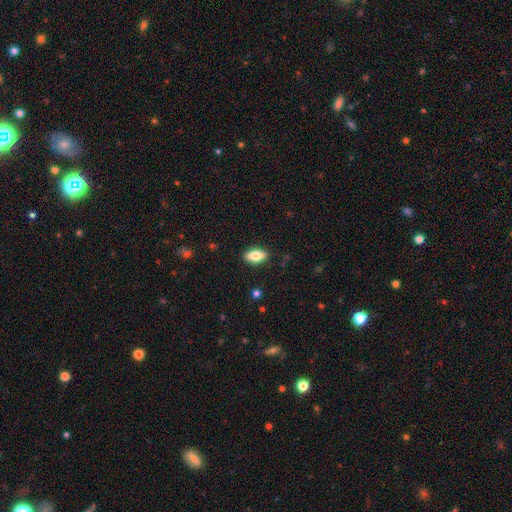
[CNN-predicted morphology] This is likely a smooth galaxy (75%). How rounded: clearly in between (85%). Merging: clearly none (88%).